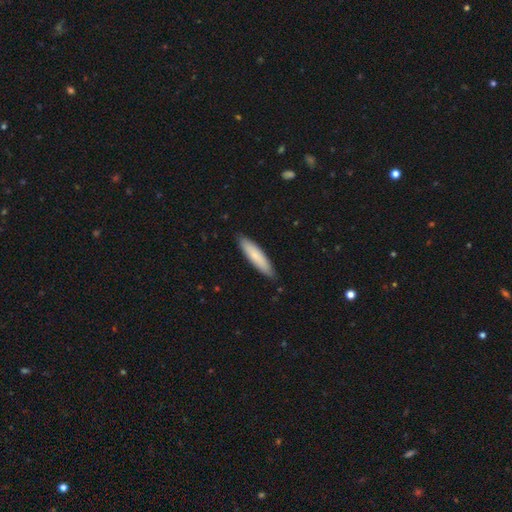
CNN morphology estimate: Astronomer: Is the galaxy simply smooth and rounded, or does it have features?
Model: smooth — 78%.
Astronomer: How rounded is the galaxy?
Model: cigar-shaped — 76%.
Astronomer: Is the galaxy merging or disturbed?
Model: none — 86%.